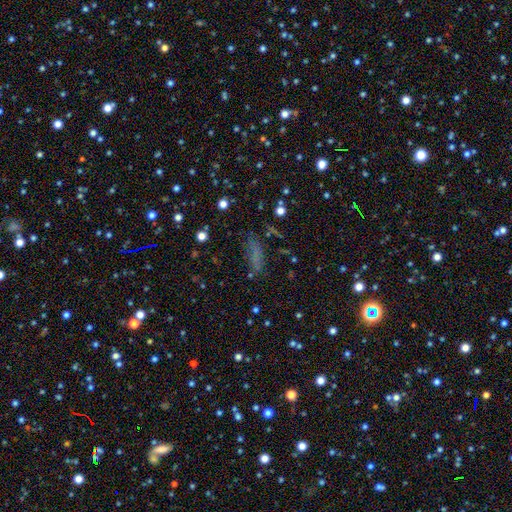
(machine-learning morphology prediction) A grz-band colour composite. It shows a smooth galaxy with no disk features (60%) that is cigar-shaped (50%). Merging: none (67%).